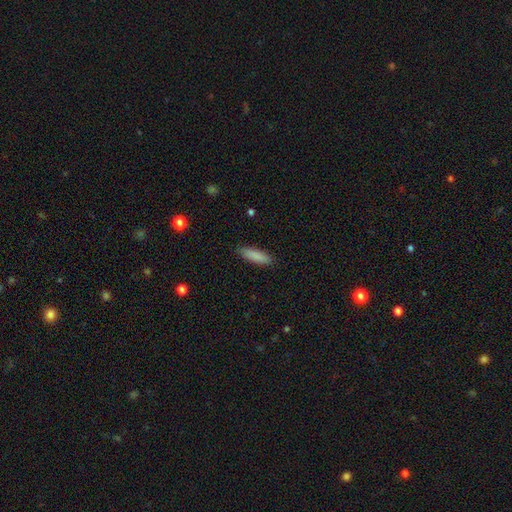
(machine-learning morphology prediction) smooth_or_featured: smooth (p=0.87) [alt: featured or disk p=0.07]
how_rounded: cigar-shaped (p=0.67) [alt: in between p=0.32]
merging: none (p=0.88) [alt: minor disturbance p=0.09]